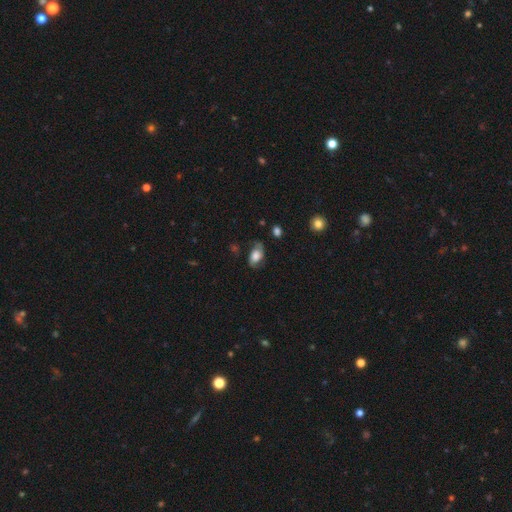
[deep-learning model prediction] smooth 53%, featured or disk 38%, star or artifact 9%. Down the decision tree: how rounded — in between (87%); merging — none (57%).